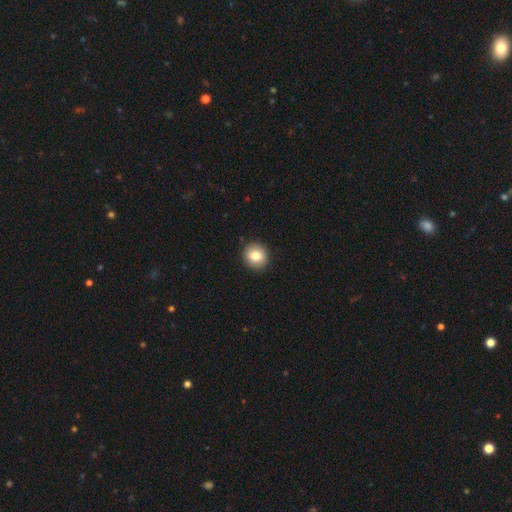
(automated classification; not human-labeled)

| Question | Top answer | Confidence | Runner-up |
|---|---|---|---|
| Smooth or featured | smooth | 82% | star or artifact (9%) |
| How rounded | round | 87% | in between (12%) |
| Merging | none | 91% | minor disturbance (6%) |